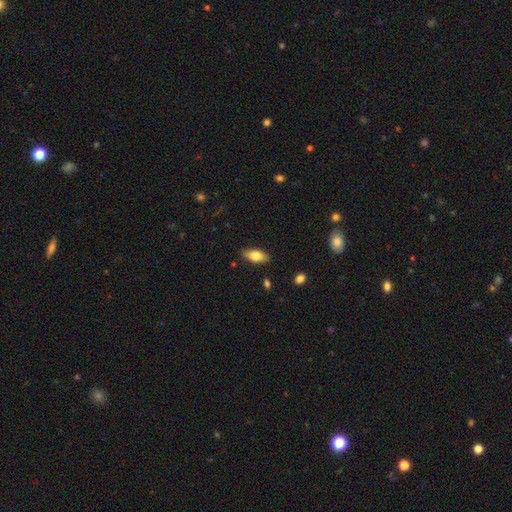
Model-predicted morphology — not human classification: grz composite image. It shows a smooth galaxy with no disk features (73%) that is in between round and cigar-shaped (83%). Merging: none (86%).